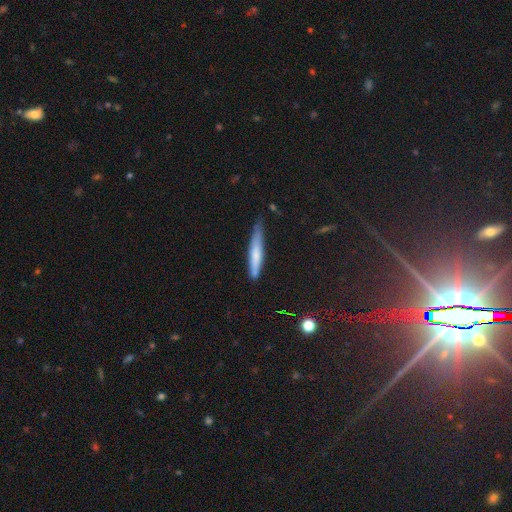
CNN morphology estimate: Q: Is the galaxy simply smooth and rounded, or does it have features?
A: smooth — 64%.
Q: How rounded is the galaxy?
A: cigar-shaped — 93%.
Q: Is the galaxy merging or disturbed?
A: none — 69%.